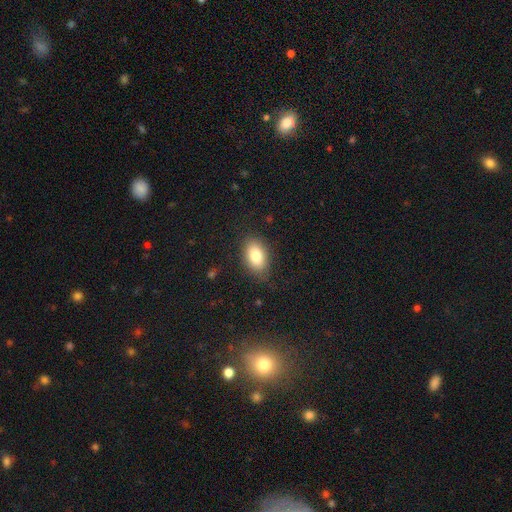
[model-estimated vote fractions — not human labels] This appears to be a smooth galaxy with no disk features (81%) that is in between round and cigar-shaped (90%). Merging: none (82%).